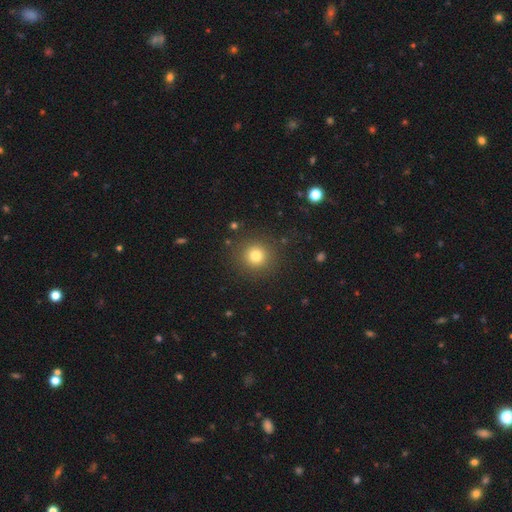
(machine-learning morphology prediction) smooth 79%, star or artifact 14%, featured or disk 7%. Down the decision tree: how rounded — round (94%); merging — none (89%).